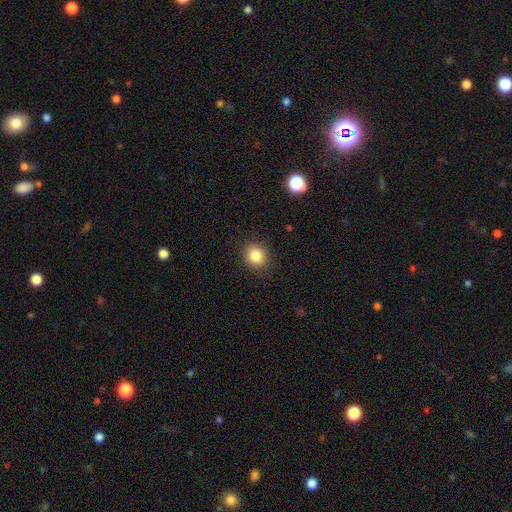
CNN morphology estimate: Smooth or featured?
  - smooth: 84% *
  - star or artifact: 10%
  - featured or disk: 5%
How rounded?
  - round: 77% *
  - in between: 22%
  - cigar-shaped: 1%
Merging?
  - none: 89% *
  - minor disturbance: 8%
  - major disturbance: 2%
  - merger: 1%